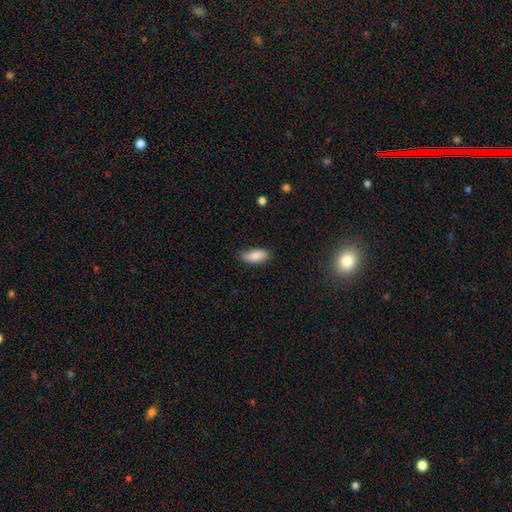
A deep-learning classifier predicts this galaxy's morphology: Smooth or featured?
  - smooth: 84% *
  - featured or disk: 10%
  - star or artifact: 6%
How rounded?
  - in between: 86% *
  - cigar-shaped: 12%
  - round: 2%
Merging?
  - none: 81% *
  - minor disturbance: 16%
  - major disturbance: 3%
  - merger: 1%